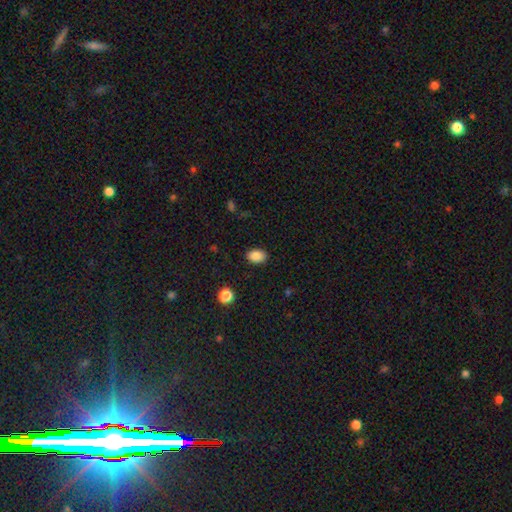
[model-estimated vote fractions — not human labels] Overall: smooth (87%). How rounded: in between (83%). Merging: none (87%).